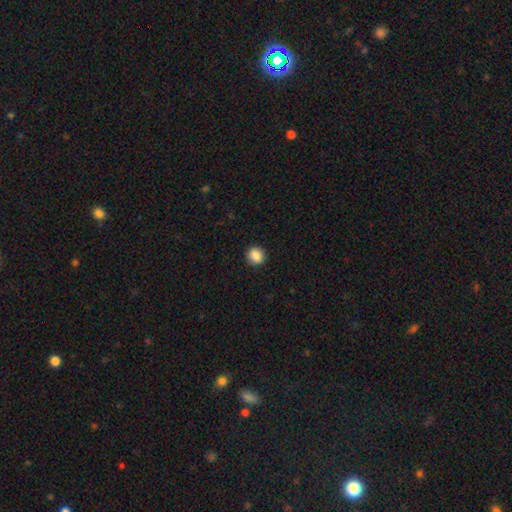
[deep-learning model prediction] Morphology: type=smooth (87%); roundness=round (89%); merging=none (92%).